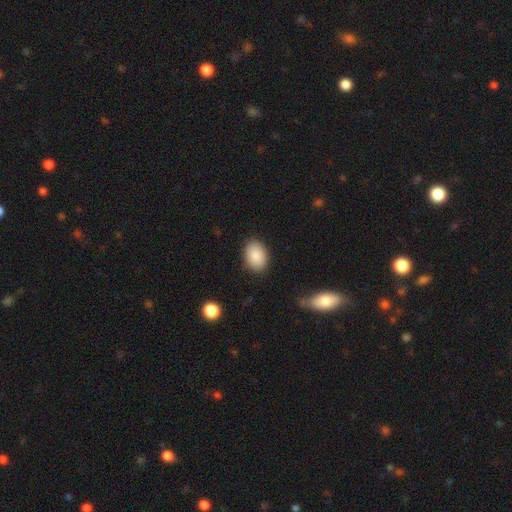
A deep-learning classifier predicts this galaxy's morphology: smooth-or-featured: smooth: 87% | star or artifact: 7% | featured or disk: 6%
  how-rounded: in between: 79% | round: 20% | cigar-shaped: 1%
  merging: none: 86% | minor disturbance: 10% | major disturbance: 3% | merger: 1%